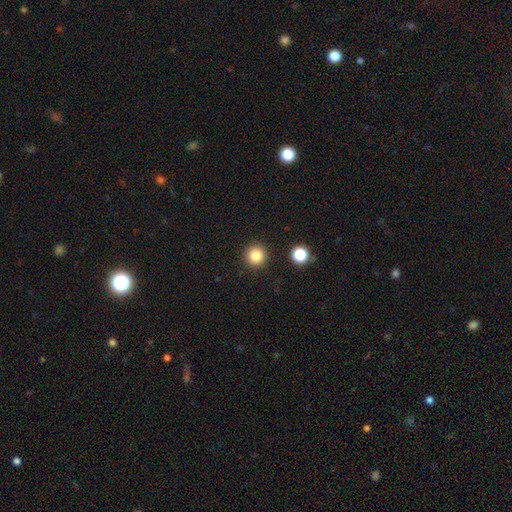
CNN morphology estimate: This is clearly a smooth galaxy (84%). How rounded: clearly round (95%). Merging: clearly none (91%).